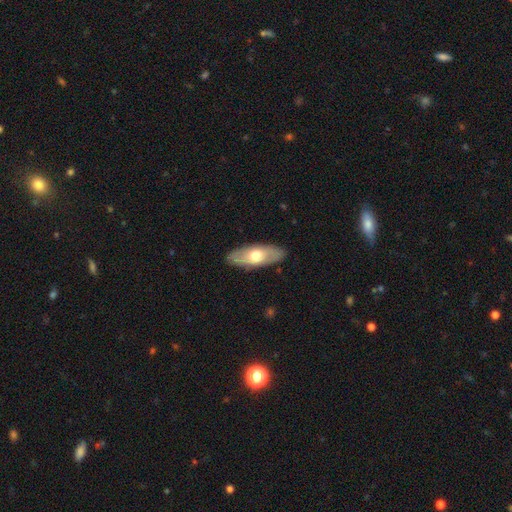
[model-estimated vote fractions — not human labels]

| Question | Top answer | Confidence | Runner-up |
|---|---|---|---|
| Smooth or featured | smooth | 55% | featured or disk (40%) |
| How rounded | in between | 78% | cigar-shaped (19%) |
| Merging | none | 87% | minor disturbance (10%) |